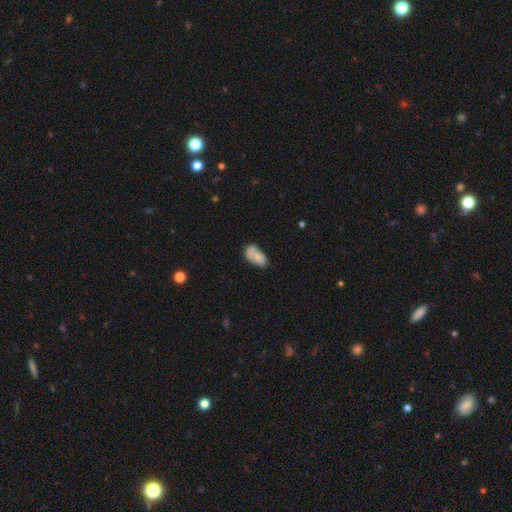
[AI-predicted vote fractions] Smooth or featured?
  - smooth: 75% *
  - featured or disk: 17%
  - star or artifact: 8%
How rounded?
  - in between: 92% *
  - round: 5%
  - cigar-shaped: 3%
Merging?
  - none: 45% *
  - minor disturbance: 26%
  - merger: 19%
  - major disturbance: 9%